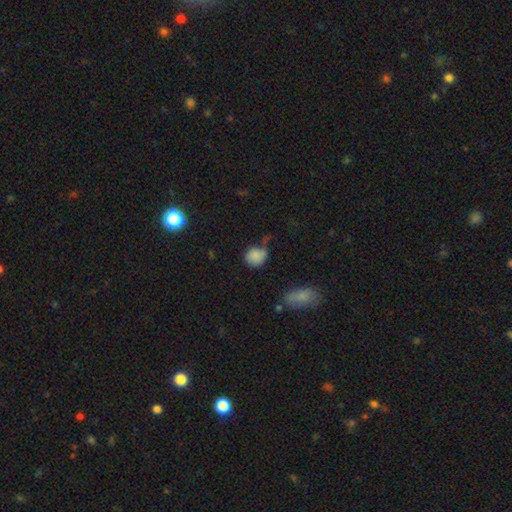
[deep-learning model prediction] A smooth galaxy with no disk features (82%) that is round (78%). Merging: none (48%).